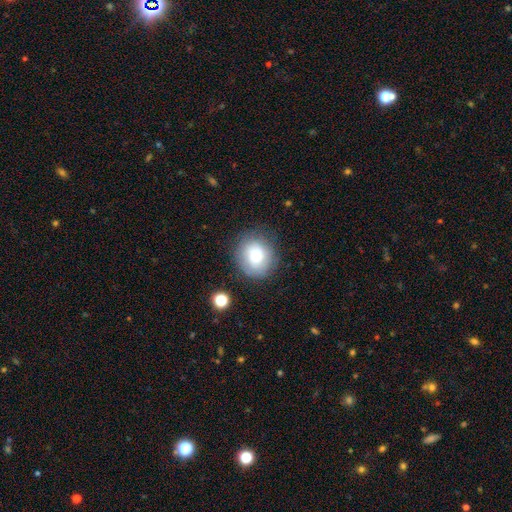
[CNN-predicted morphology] Smooth or featured: smooth — 73% (featured or disk — 18%)
How rounded: round — 79% (in between — 20%)
Merging: none — 78% (minor disturbance — 15%)